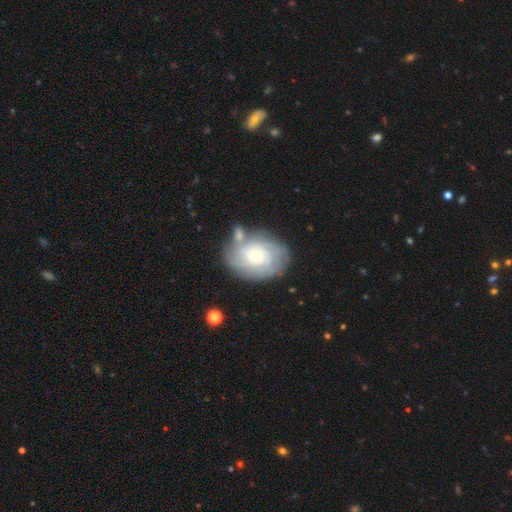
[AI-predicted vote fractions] Smooth or featured?
  - featured or disk: 74% *
  - smooth: 19%
  - star or artifact: 7%
Edge-on disk?
  - no: 97% *
  - yes: 3%
Bar?
  - no: 75% *
  - weak: 21%
  - strong: 3%
Spiral arms?
  - yes: 92% *
  - no: 8%
Spiral winding?
  - tight: 74% *
  - medium: 20%
  - loose: 6%
Spiral arm count?
  - can't tell: 44% *
  - 4: 17%
  - 3: 14%
  - 2: 11%
  - more than 4: 9%
  - 1: 5%
Bulge size?
  - small: 65% *
  - moderate: 28%
  - large: 4%
  - none: 2%
  - dominant: 1%
Merging?
  - none: 65% *
  - minor disturbance: 18%
  - merger: 11%
  - major disturbance: 7%